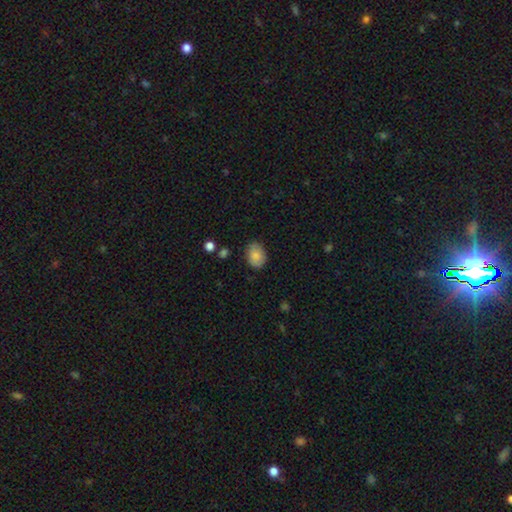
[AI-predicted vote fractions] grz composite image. It shows a smooth galaxy with no disk features (82%) that is in between round and cigar-shaped (69%). Merging: none (79%).